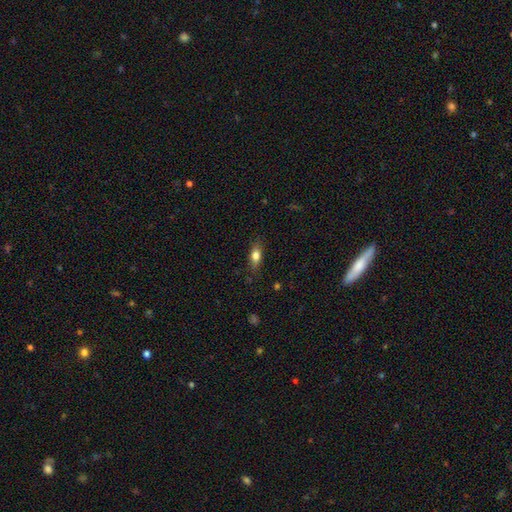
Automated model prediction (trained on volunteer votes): Smooth or featured: smooth — 77% (featured or disk — 15%)
How rounded: in between — 73% (cigar-shaped — 20%)
Merging: none — 80% (minor disturbance — 15%)